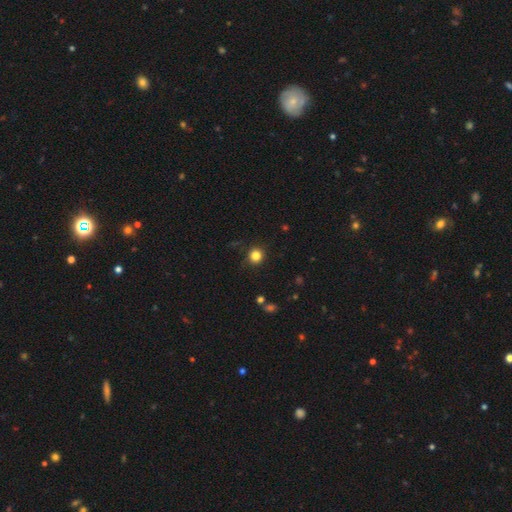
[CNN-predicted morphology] This is clearly a smooth galaxy (82%). How rounded: clearly round (94%). Merging: clearly none (90%).